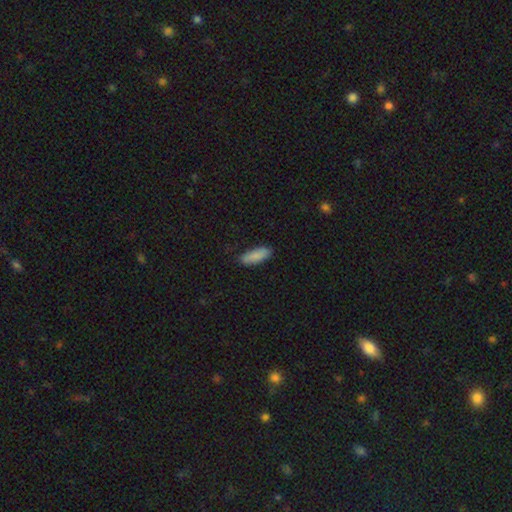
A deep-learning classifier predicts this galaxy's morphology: Smooth or featured? smooth (87%)
How rounded? in between (62%)
Merging? none (84%)